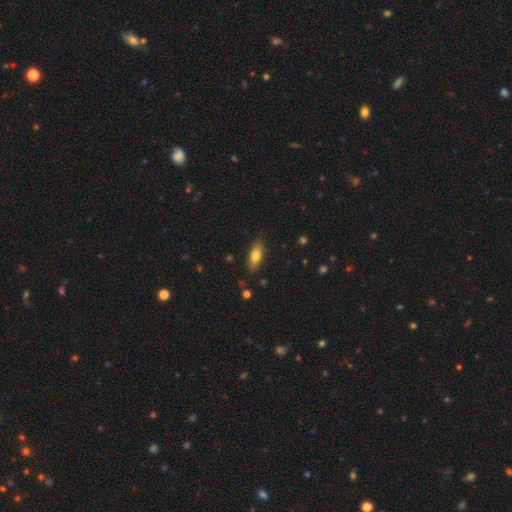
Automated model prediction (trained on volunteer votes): Smooth or featured?
  - smooth: 71% *
  - featured or disk: 22%
  - star or artifact: 7%
How rounded?
  - in between: 69% *
  - cigar-shaped: 28%
  - round: 3%
Merging?
  - none: 84% *
  - minor disturbance: 12%
  - major disturbance: 2%
  - merger: 1%